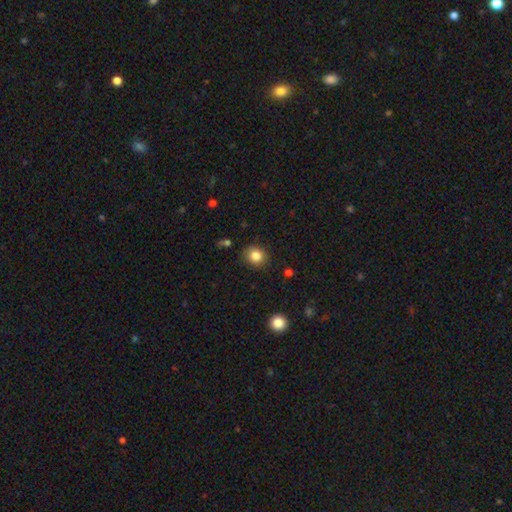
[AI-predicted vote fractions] Overall: smooth (84%). How rounded: round (83%). Merging: none (88%).